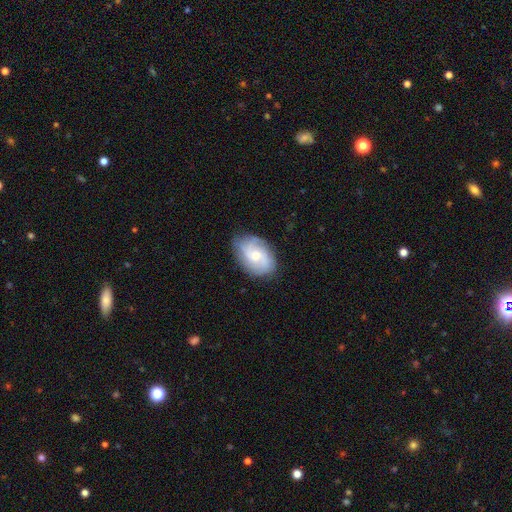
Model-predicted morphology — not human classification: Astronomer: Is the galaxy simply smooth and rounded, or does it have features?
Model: featured or disk — 67%.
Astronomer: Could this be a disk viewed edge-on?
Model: no — 97%.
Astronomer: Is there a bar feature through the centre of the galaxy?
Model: no — 62%.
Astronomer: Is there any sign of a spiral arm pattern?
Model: yes — 93%.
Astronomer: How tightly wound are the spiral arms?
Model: medium — 43% (runner-up: tight, 36%).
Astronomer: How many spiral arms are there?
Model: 2 — 34% (runner-up: 3, 27%).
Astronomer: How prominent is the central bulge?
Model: moderate — 52% (runner-up: small, 40%).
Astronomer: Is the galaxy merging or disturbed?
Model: none — 78%.